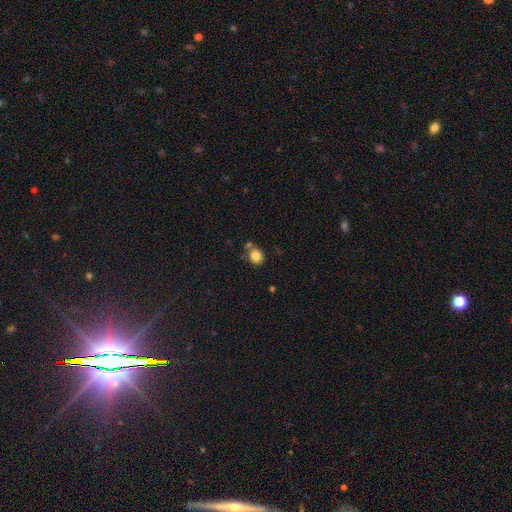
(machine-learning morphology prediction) Smooth or featured?
  - smooth: 83% *
  - star or artifact: 10%
  - featured or disk: 7%
How rounded?
  - round: 72% *
  - in between: 27%
  - cigar-shaped: 1%
Merging?
  - none: 64% *
  - merger: 18%
  - minor disturbance: 14%
  - major disturbance: 4%